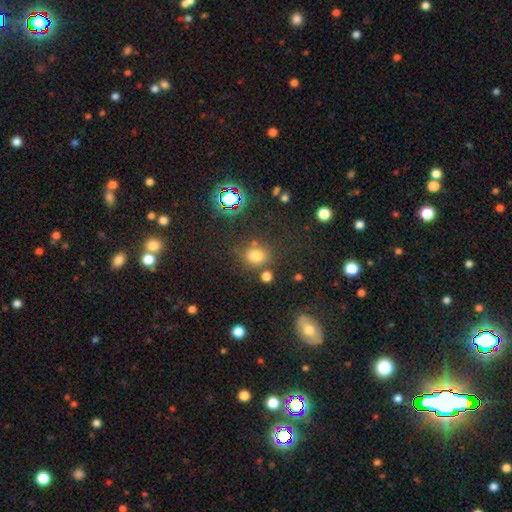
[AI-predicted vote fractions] Q: Smooth or featured?
A: smooth (71%); runner-up: star or artifact (22%)
Q: How rounded?
A: round (65%); runner-up: in between (34%)
Q: Merging?
A: none (72%); runner-up: minor disturbance (13%)